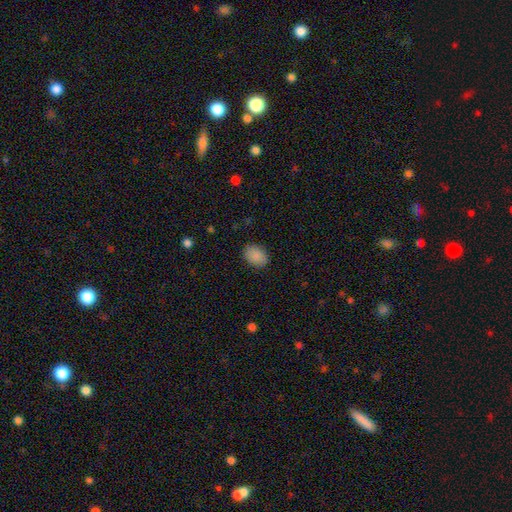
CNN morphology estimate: A smooth galaxy with no disk features (88%) that is in between round and cigar-shaped (76%).

Vote fractions:
- Smooth or featured? smooth: 88% / star or artifact: 8% / featured or disk: 4%
- How rounded? in between: 76% / round: 23% / cigar-shaped: 1%
- Merging? none: 87% / minor disturbance: 10% / major disturbance: 3% / merger: 1%